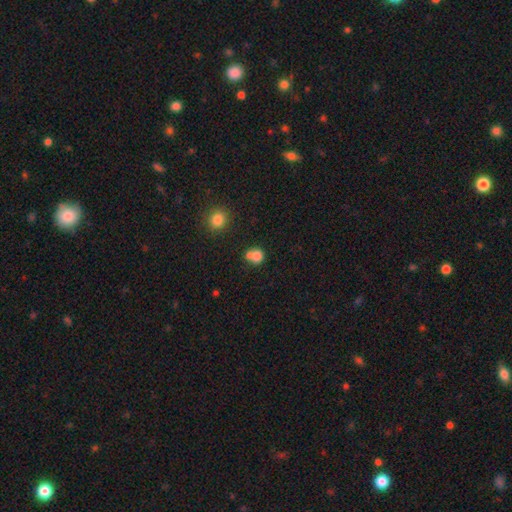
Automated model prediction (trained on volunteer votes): This is likely a smooth galaxy (77%). How rounded: likely round (75%). Merging: possibly merger (46%).